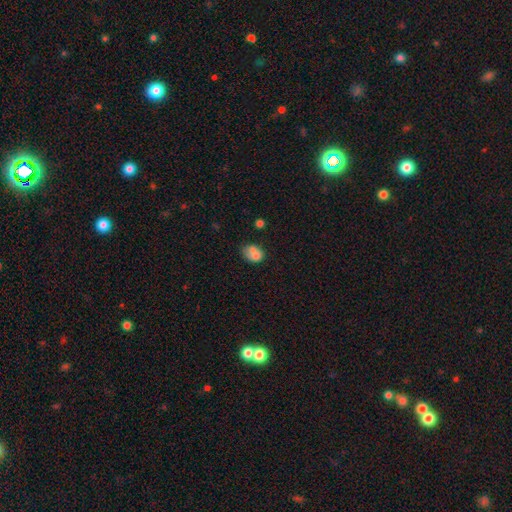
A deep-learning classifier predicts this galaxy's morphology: Smooth or featured?
  - smooth: 70% *
  - featured or disk: 20%
  - star or artifact: 10%
How rounded?
  - in between: 63% *
  - round: 36%
  - cigar-shaped: 1%
Merging?
  - merger: 39% *
  - none: 33%
  - minor disturbance: 19%
  - major disturbance: 10%